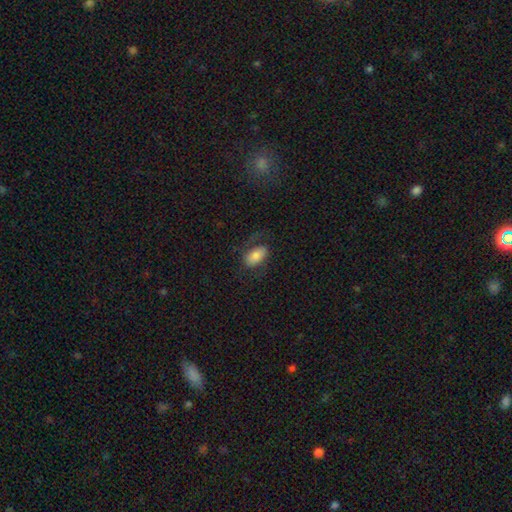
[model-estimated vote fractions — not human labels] Morphology: type=smooth (68%); roundness=in between (92%); merging=none (63%).